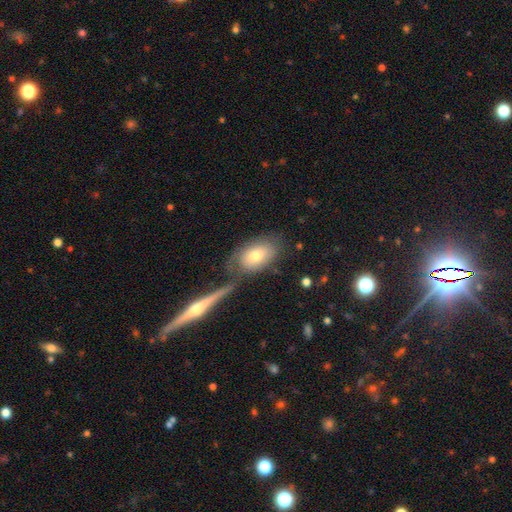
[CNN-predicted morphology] A smooth galaxy with no disk features (72%) that is in between round and cigar-shaped (86%).

Vote fractions:
- Smooth or featured? smooth: 72% / featured or disk: 21% / star or artifact: 7%
- How rounded? in between: 86% / round: 11% / cigar-shaped: 3%
- Merging? none: 54% / merger: 22% / minor disturbance: 15% / major disturbance: 8%